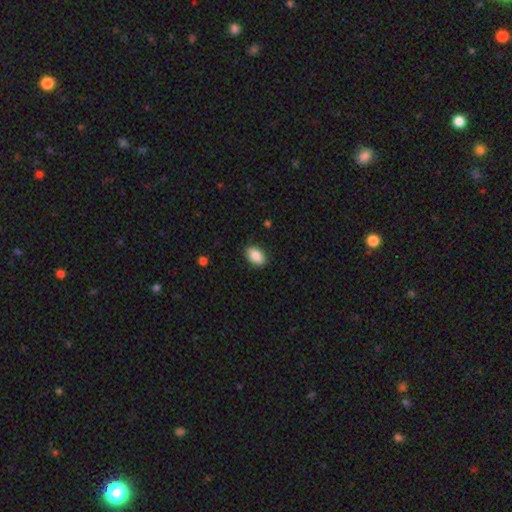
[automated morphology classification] type=smooth (87%); roundness=in between (90%); merging=none (88%).